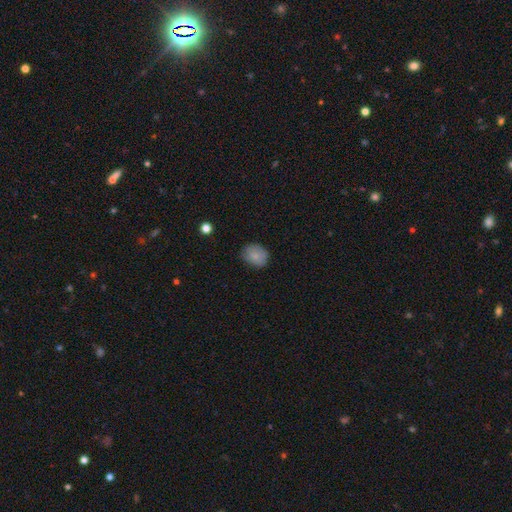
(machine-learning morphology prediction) smooth 81%, featured or disk 11%, star or artifact 8%. Down the decision tree: how rounded — round (50%); merging — none (74%).